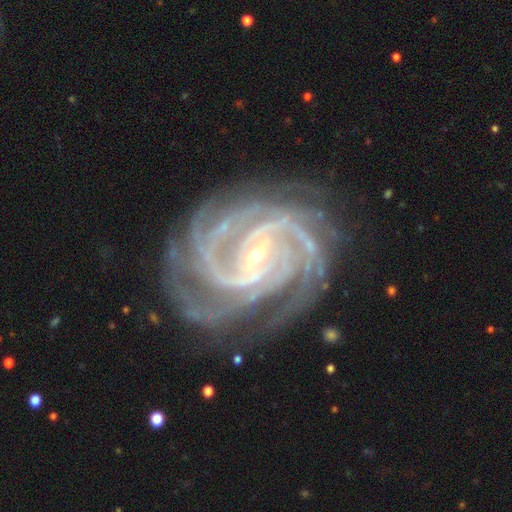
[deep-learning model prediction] A featured or disk galaxy (93%) with a weak bar (38%), 4 (32%) tight (67%) spiral arms (99%) and a small central bulge (82%).

Vote fractions:
- Smooth or featured? featured or disk: 93% / star or artifact: 4% / smooth: 2%
- Edge-on disk? no: 98% / yes: 2%
- Bar? weak: 38% / strong: 36% / no: 26%
- Spiral arms? yes: 99% / no: 1%
- Spiral winding? tight: 67% / medium: 29% / loose: 4%
- Spiral arm count? 4: 32% / 3: 22% / 2: 13% / more than 4: 13% / can't tell: 12% / 1: 8%
- Bulge size? small: 82% / moderate: 15% / none: 1% / large: 1% / dominant: 1%
- Merging? none: 78% / minor disturbance: 15% / major disturbance: 6% / merger: 1%